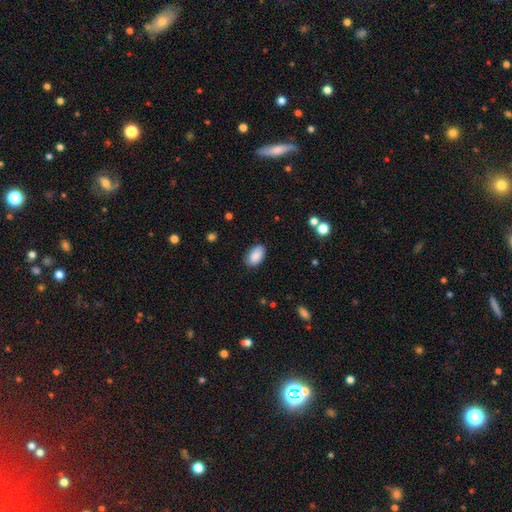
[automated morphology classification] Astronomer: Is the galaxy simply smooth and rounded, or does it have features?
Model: smooth — 89%.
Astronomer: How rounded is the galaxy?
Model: in between — 94%.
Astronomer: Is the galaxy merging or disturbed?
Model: none — 84%.